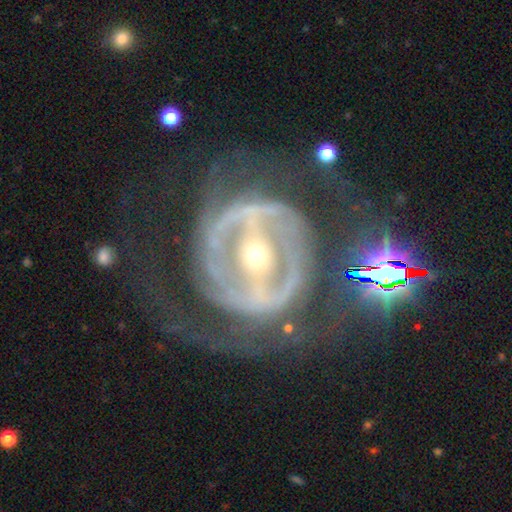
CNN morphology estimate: Smooth or featured: featured or disk — 87% (star or artifact — 7%)
Edge-on disk: no — 94% (yes — 6%)
Bar: strong — 74% (weak — 18%)
Spiral arms: yes — 68% (no — 32%)
Spiral winding: tight — 47% (medium — 35%)
Spiral arm count: 2 — 52% (can't tell — 29%)
Bulge size: small — 65% (moderate — 31%)
Merging: none — 55% (major disturbance — 26%)